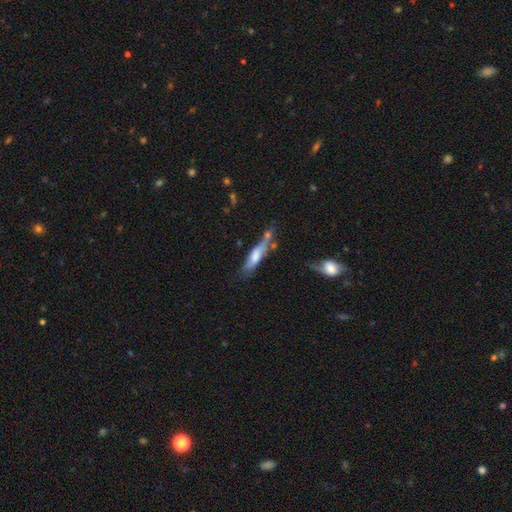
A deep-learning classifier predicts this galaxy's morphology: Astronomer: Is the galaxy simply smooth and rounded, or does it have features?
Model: smooth — 61%.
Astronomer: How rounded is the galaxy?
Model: cigar-shaped — 71%.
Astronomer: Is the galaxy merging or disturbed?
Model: none — 39% (runner-up: minor disturbance, 28%).